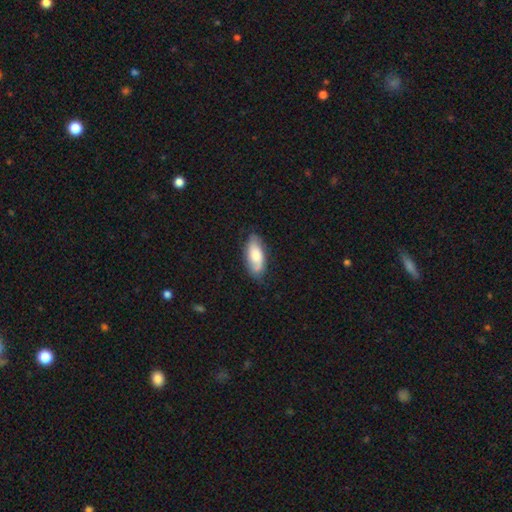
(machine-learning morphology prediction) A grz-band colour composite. It shows a smooth galaxy with no disk features (68%) that is in between round and cigar-shaped (83%). Merging: none (73%).